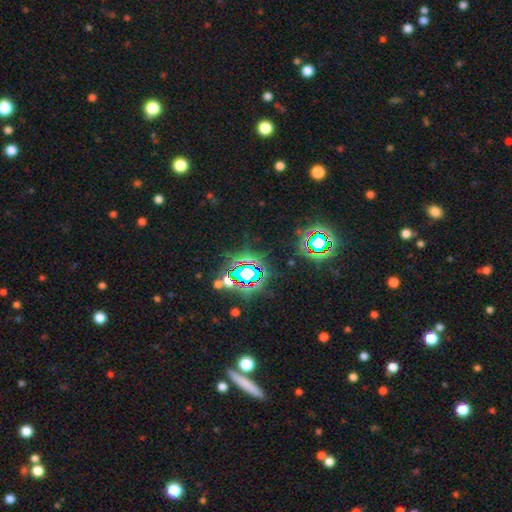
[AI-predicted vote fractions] A star or artifact, not a galaxy (81%).